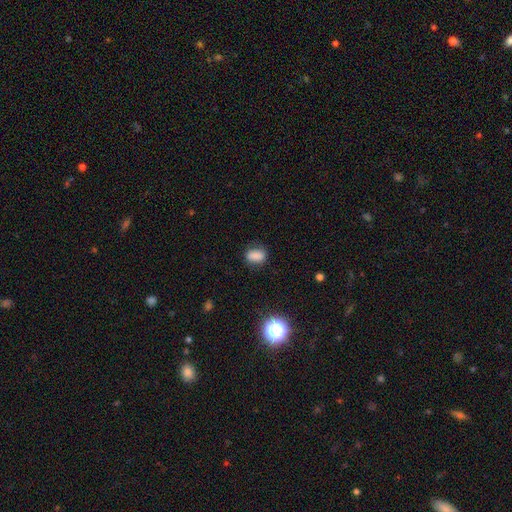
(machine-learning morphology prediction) Smooth or featured? smooth (80%)
How rounded? in between (76%)
Merging? none (75%)